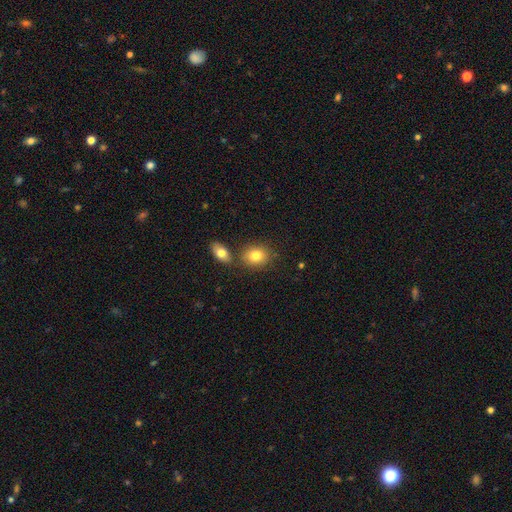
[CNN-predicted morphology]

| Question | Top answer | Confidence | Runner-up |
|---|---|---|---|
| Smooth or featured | smooth | 81% | featured or disk (10%) |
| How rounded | round | 49% | tied: in between (49%) |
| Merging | none | 70% | merger (16%) |